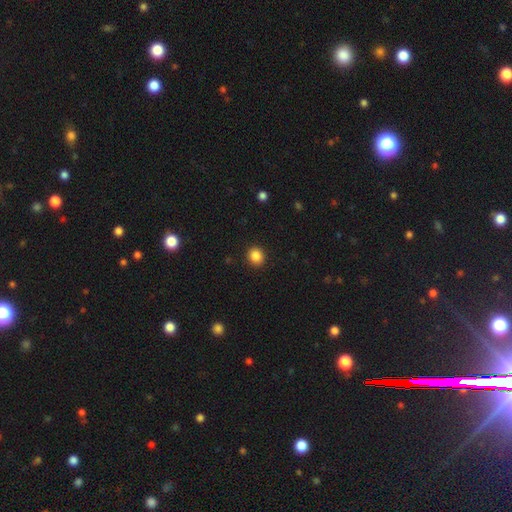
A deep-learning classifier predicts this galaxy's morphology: smooth 86%, star or artifact 10%, featured or disk 3%. Down the decision tree: how rounded — round (84%); merging — none (91%).